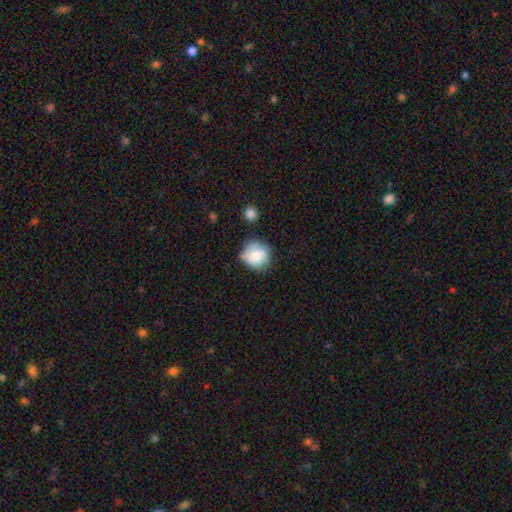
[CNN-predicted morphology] Smooth or featured? Predicted: smooth (p=0.75). How rounded? Predicted: round (p=0.88). Merging? Predicted: none (p=0.61).